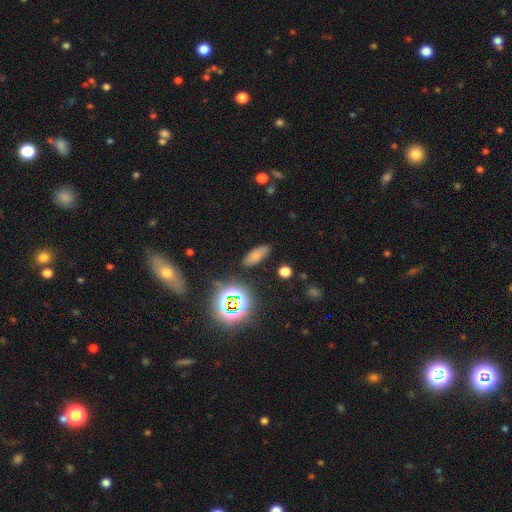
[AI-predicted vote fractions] A smooth galaxy with no disk features (69%) that is in between round and cigar-shaped (76%). Merging: none (84%).